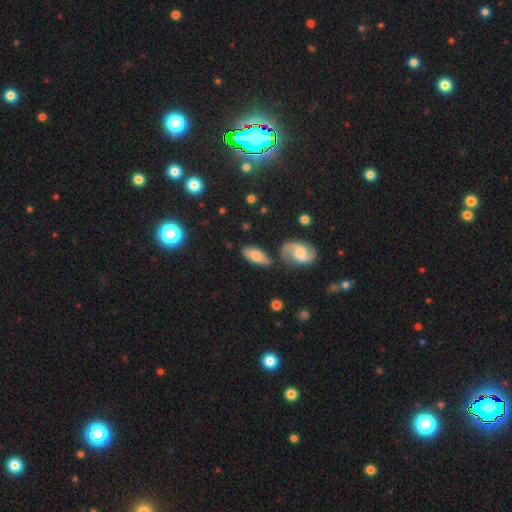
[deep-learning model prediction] A smooth galaxy with no disk features (64%) that is in between round and cigar-shaped (86%).

Vote fractions:
- Smooth or featured? smooth: 64% / featured or disk: 28% / star or artifact: 7%
- How rounded? in between: 86% / cigar-shaped: 10% / round: 4%
- Merging? none: 69% / minor disturbance: 17% / merger: 8% / major disturbance: 5%